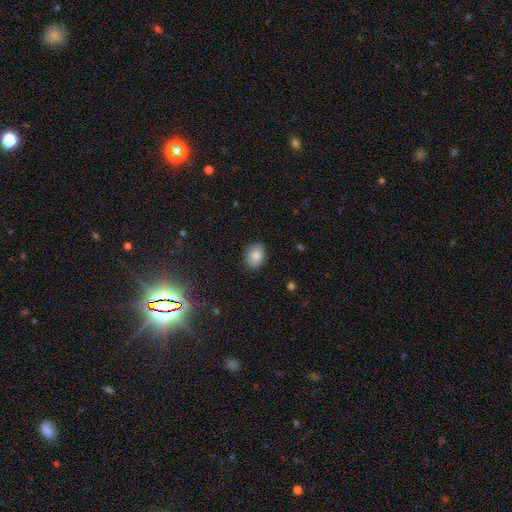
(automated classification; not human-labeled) This is clearly a smooth galaxy (84%). How rounded: likely in between (60%). Merging: clearly none (84%).